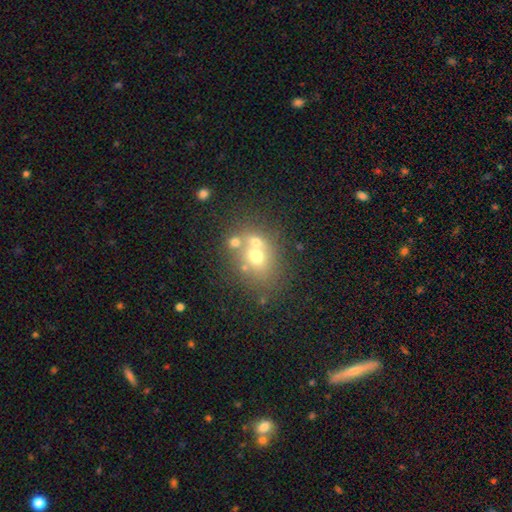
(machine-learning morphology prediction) Q: Smooth or featured?
A: smooth (58%); runner-up: featured or disk (26%)
Q: How rounded?
A: round (56%); runner-up: in between (43%)
Q: Merging?
A: none (43%); runner-up: merger (42%)